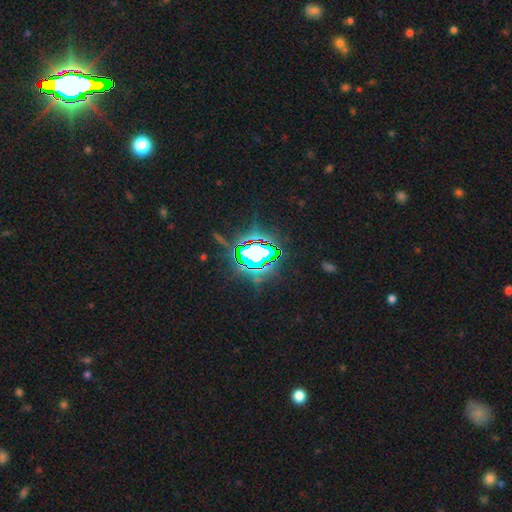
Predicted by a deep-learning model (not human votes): smooth_or_featured: star or artifact (p=0.74) [alt: smooth p=0.13]